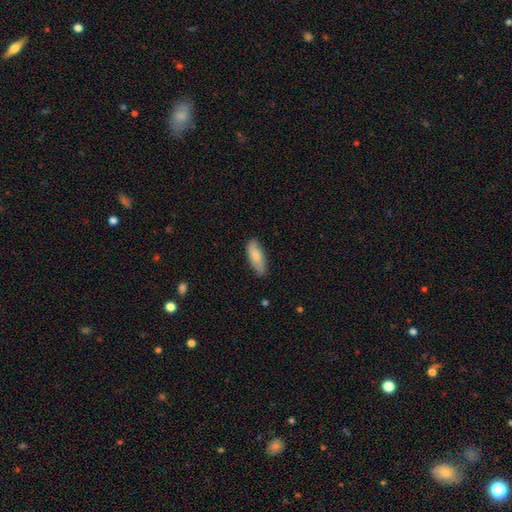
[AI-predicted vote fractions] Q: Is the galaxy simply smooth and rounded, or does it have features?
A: smooth — 78%.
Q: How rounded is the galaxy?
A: in between — 69%.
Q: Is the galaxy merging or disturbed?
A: none — 78%.